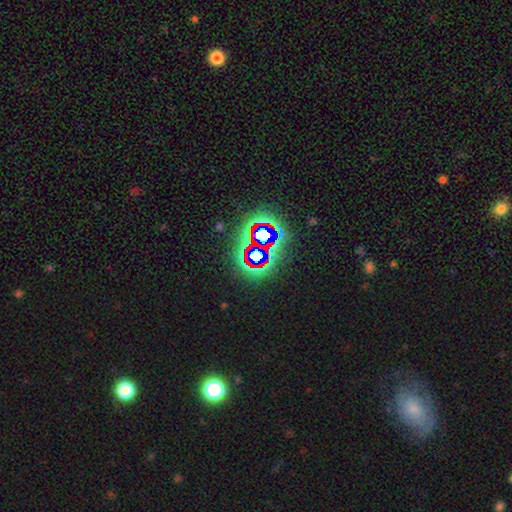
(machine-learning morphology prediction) smooth_or_featured: star or artifact (p=0.76) [alt: smooth p=0.13]